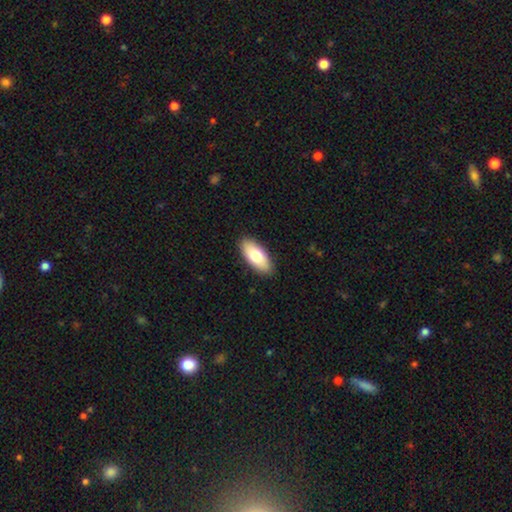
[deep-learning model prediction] The model was most divided on "smooth or featured": smooth: 75%, featured or disk: 19%, star or artifact: 6%. More confident: merging — none (89%); how rounded — in between (87%).